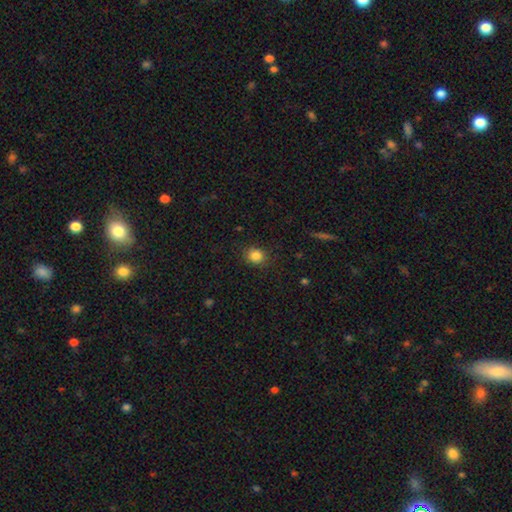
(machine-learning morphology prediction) Smooth or featured: smooth — 84% (star or artifact — 11%)
How rounded: round — 74% (in between — 25%)
Merging: none — 87% (minor disturbance — 9%)